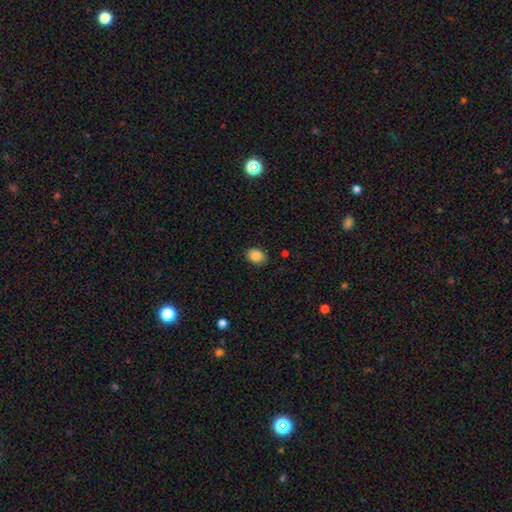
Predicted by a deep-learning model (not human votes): Smooth or featured? Predicted: smooth (p=0.87). How rounded? Predicted: in between (p=0.63). Merging? Predicted: none (p=0.85).